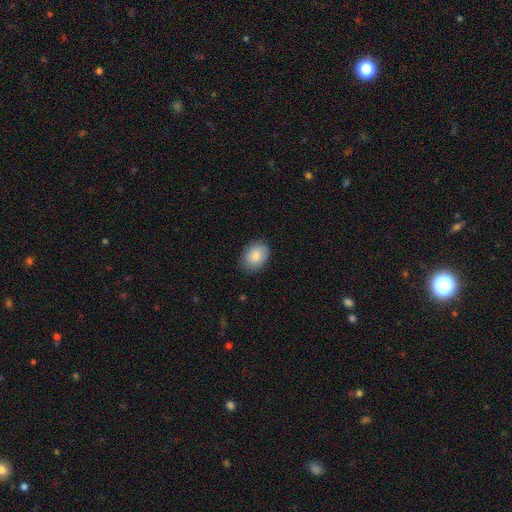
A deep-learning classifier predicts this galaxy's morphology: smooth_or_featured: smooth (p=0.85) [alt: featured or disk p=0.09]
how_rounded: in between (p=0.67) [alt: round p=0.32]
merging: none (p=0.83) [alt: minor disturbance p=0.13]